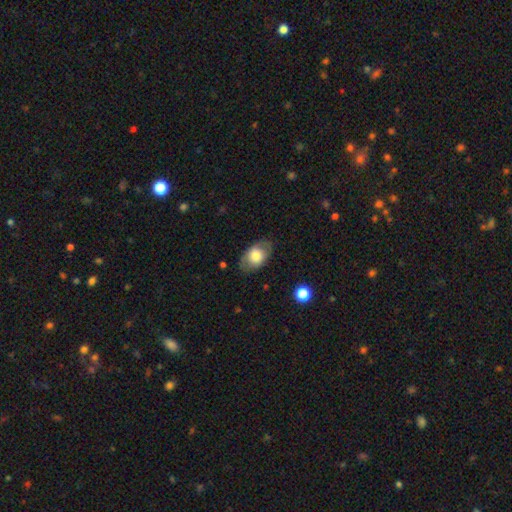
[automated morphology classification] A smooth galaxy with no disk features (65%) that is in between round and cigar-shaped (85%).

Vote fractions:
- Smooth or featured? smooth: 65% / featured or disk: 28% / star or artifact: 7%
- How rounded? in between: 85% / round: 14% / cigar-shaped: 1%
- Merging? none: 78% / minor disturbance: 16% / major disturbance: 6% / merger: 1%